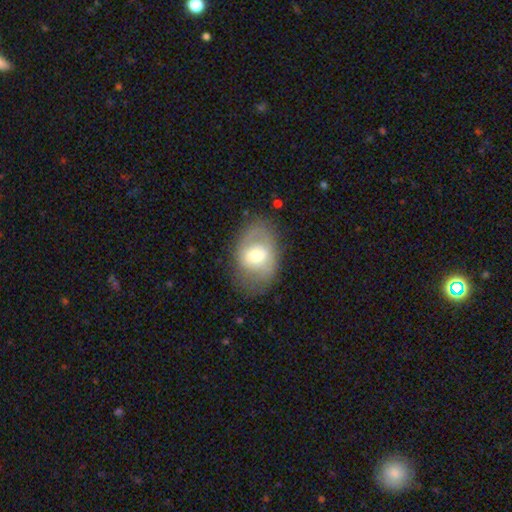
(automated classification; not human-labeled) Overall: featured or disk (47%; smooth 46%). Merging: none (71%).